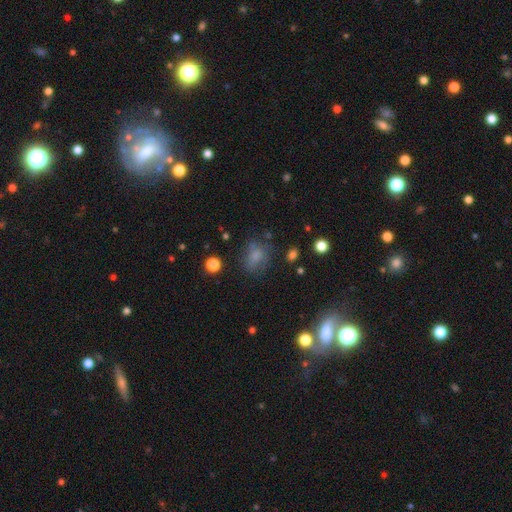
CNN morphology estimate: Smooth or featured: smooth — 69% (star or artifact — 16%)
How rounded: in between — 61% (round — 37%)
Merging: none — 57% (minor disturbance — 23%)